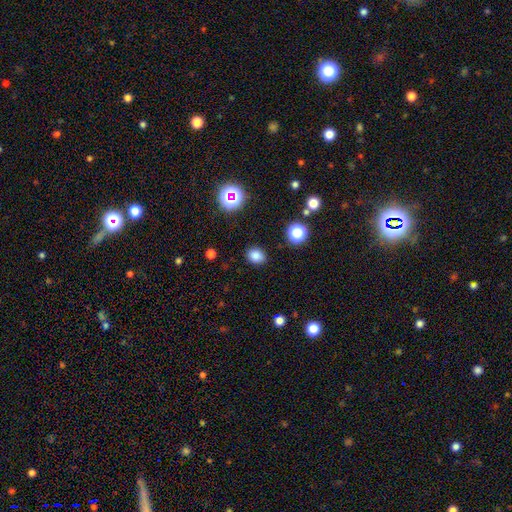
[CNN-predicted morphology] Overall: smooth (81%). How rounded: round (52%; in between 48%). Merging: none (86%).